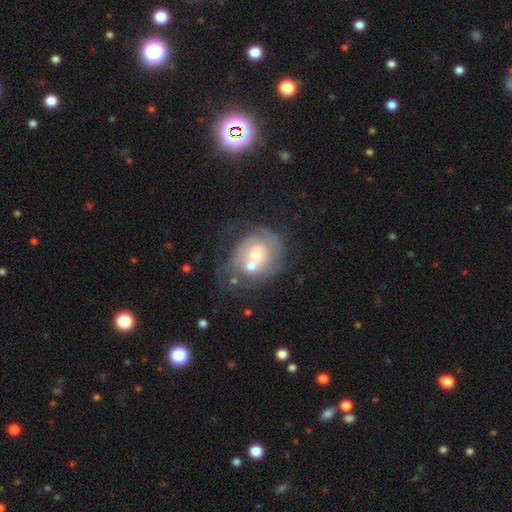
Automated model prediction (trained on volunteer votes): Morphology: type=featured or disk (69%); edge-on=no (97%); bar=no (79%); spiral arms=yes (70%); bulge=moderate (49%); merging=merger (43%).